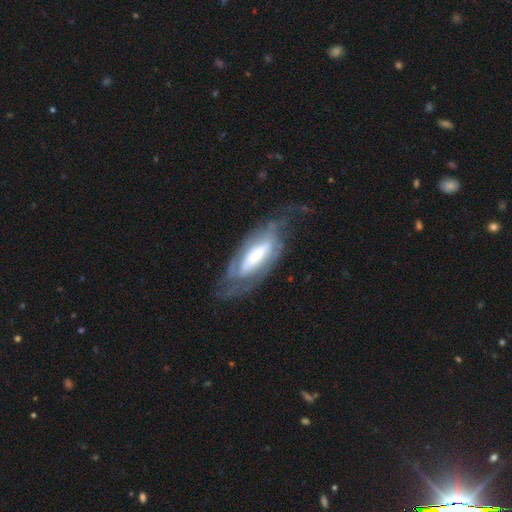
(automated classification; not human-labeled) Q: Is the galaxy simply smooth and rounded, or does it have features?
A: featured or disk — 75%.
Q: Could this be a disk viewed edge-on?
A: no — 84%.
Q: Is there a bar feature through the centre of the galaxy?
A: strong — 44%.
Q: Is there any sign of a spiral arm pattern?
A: yes — 83%.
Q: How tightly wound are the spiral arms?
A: tight — 43%.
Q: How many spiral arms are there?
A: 2 — 58%.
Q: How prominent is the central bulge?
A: large — 34%.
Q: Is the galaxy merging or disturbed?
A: none — 55%.